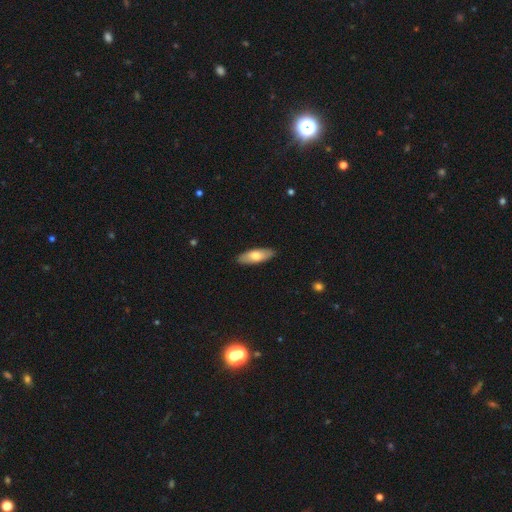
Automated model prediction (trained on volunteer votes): Smooth or featured: smooth — 71% (featured or disk — 23%)
How rounded: in between — 69% (cigar-shaped — 29%)
Merging: none — 89% (minor disturbance — 9%)